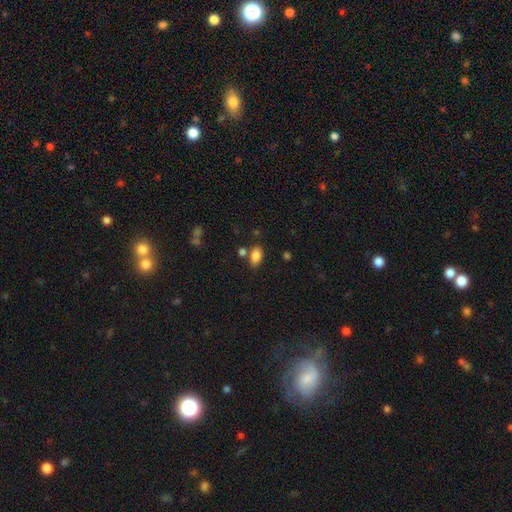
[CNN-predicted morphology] This is clearly a smooth galaxy (86%). How rounded: clearly in between (90%). Merging: likely none (71%).